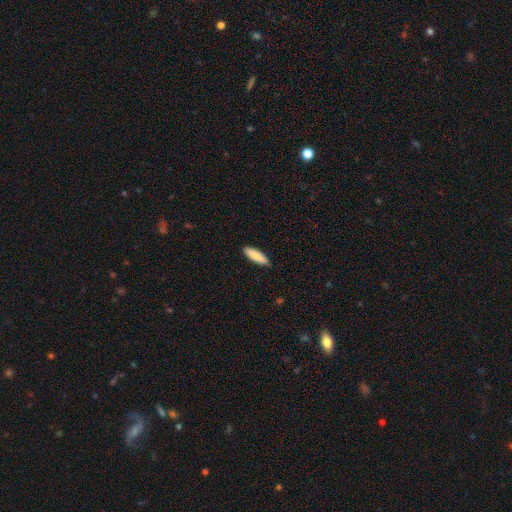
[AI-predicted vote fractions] Morphology: type=smooth (88%); roundness=cigar-shaped (54%); merging=none (88%).